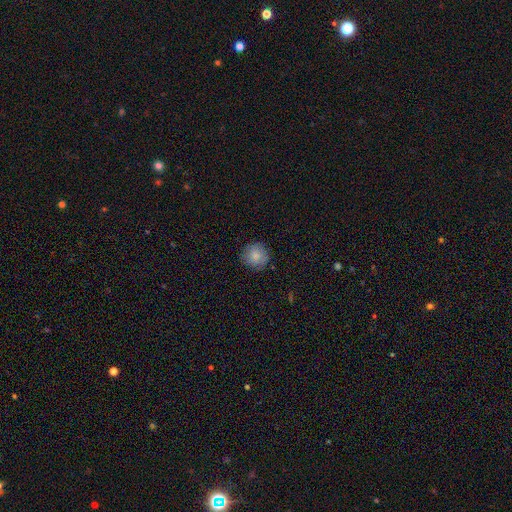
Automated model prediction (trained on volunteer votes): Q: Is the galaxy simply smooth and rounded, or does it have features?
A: smooth — 83%.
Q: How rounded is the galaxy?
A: round — 93%.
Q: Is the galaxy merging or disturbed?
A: none — 85%.